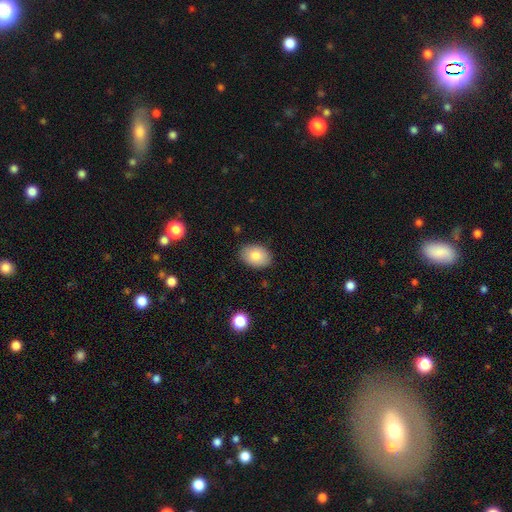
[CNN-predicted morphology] This is clearly a smooth galaxy (82%). How rounded: likely in between (79%). Merging: clearly none (86%).